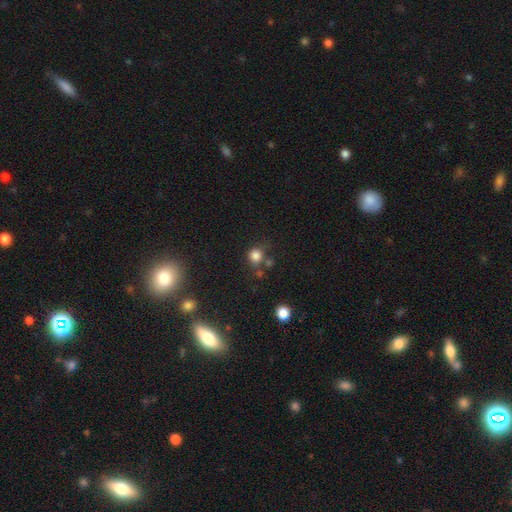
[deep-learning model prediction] A smooth galaxy with no disk features (79%) that is round (87%). Merging: none (66%).